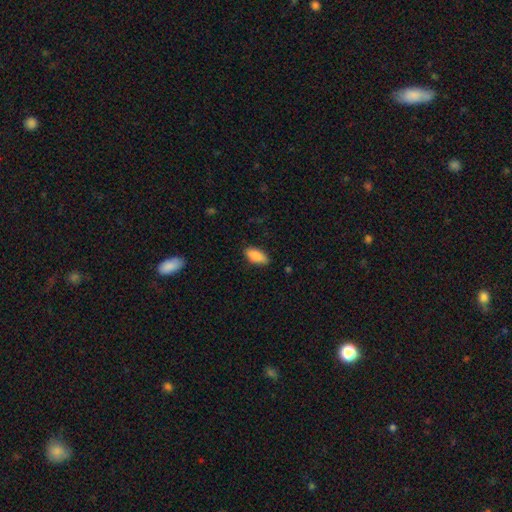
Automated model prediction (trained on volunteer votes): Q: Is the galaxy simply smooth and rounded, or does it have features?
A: smooth — 88%.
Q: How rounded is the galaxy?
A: in between — 89%.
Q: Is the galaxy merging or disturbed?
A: none — 84%.